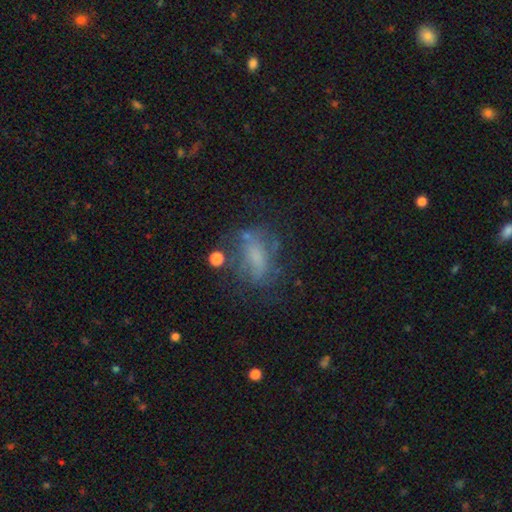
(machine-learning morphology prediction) This appears to be a smooth galaxy with no disk features (45%). Merging: none (50%).